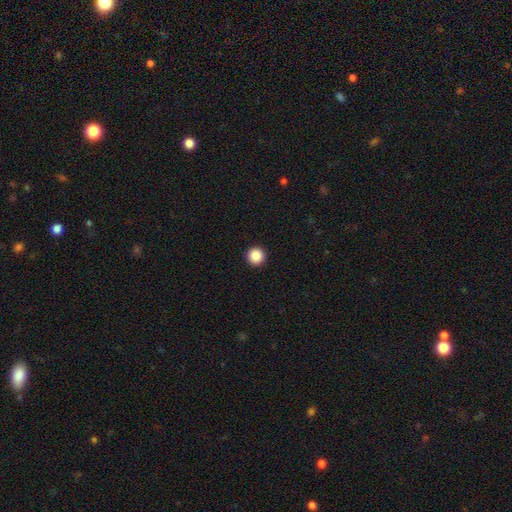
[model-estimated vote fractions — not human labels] A smooth galaxy with no disk features (88%) that is round (96%). Merging: none (94%).